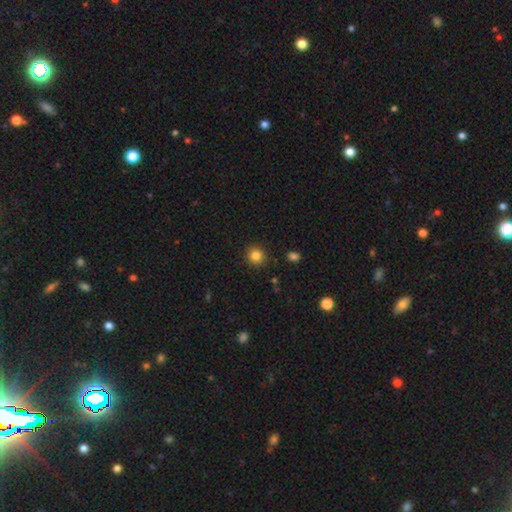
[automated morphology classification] This appears to be a smooth galaxy with no disk features (84%) that is round (90%). Merging: none (90%).